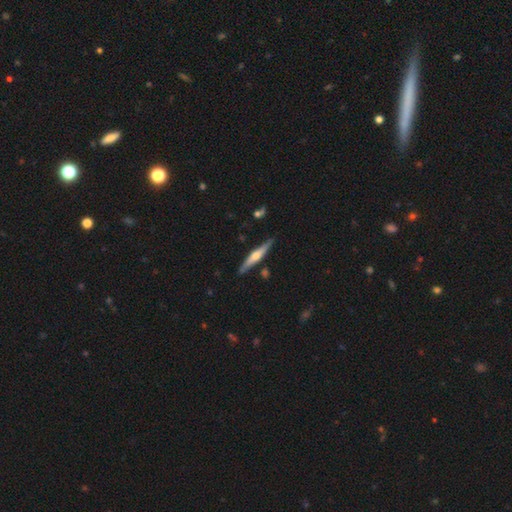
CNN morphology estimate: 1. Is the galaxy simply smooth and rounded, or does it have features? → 66% featured or disk, 29% smooth, 5% star or artifact.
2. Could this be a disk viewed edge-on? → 96% yes, 4% no.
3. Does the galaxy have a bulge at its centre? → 90% rounded, 6% none, 4% boxy.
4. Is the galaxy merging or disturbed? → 86% none, 10% minor disturbance, 3% merger, 2% major disturbance.